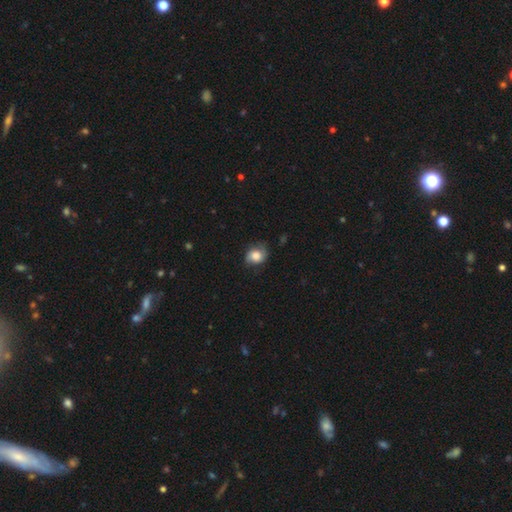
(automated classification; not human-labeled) The model was most divided on "how rounded": round: 59%, in between: 40%, cigar-shaped: 1%. More confident: smooth or featured — smooth (74%); merging — none (61%).